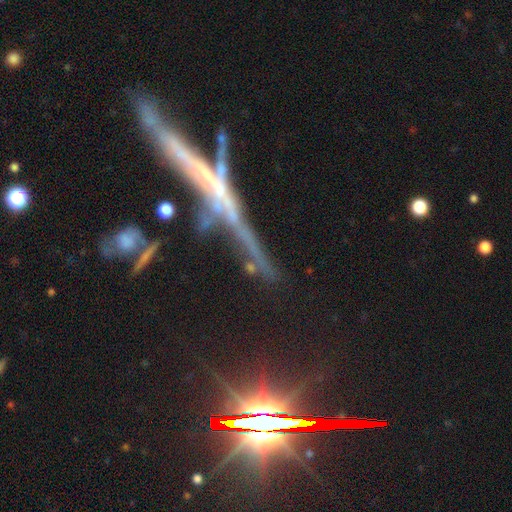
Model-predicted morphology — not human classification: The model was most divided on "smooth or featured": featured or disk: 51%, star or artifact: 34%, smooth: 14%. More confident: edge-on disk — yes (82%); merging — none (52%).